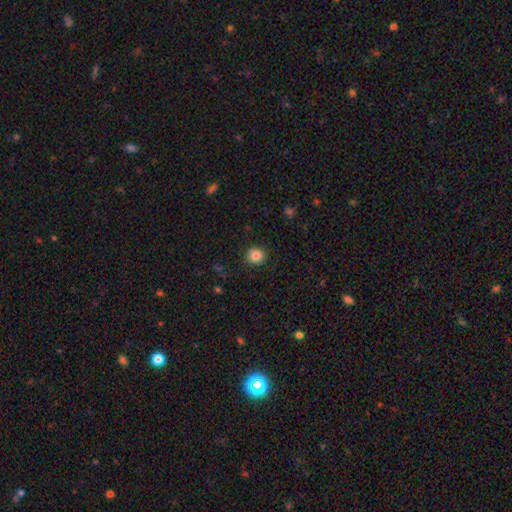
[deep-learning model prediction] Smooth or featured?
  - smooth: 85% *
  - star or artifact: 10%
  - featured or disk: 5%
How rounded?
  - round: 90% *
  - in between: 9%
  - cigar-shaped: 1%
Merging?
  - none: 91% *
  - minor disturbance: 6%
  - major disturbance: 2%
  - merger: 1%